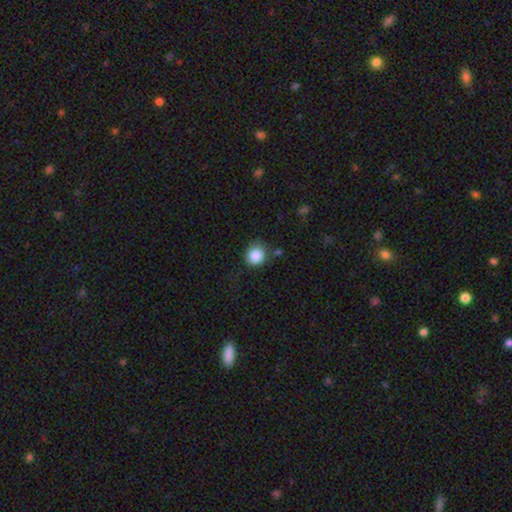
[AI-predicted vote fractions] smooth_or_featured: smooth (p=0.86) [alt: star or artifact p=0.09]
how_rounded: round (p=0.83) [alt: in between p=0.16]
merging: none (p=0.70) [alt: minor disturbance p=0.20]